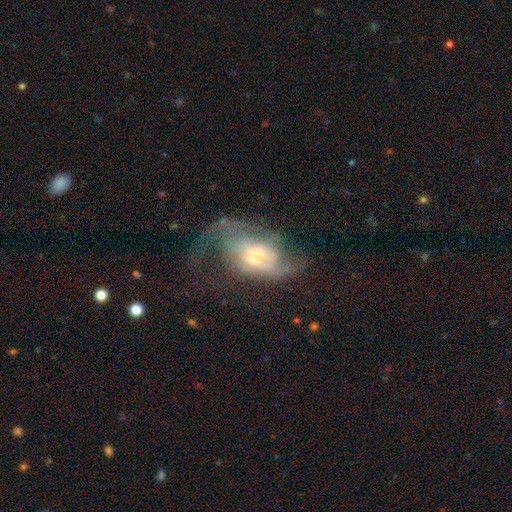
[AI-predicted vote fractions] This is likely a featured or disk galaxy (72%). It is clearly not viewed edge-on (95%). Bar: possibly no (52%). Spiral arm pattern: likely yes (79%). Spiral arm count: possibly 2 (46%). Spiral winding: marginally loose (44%). Central bulge: possibly moderate (51%). Merging: possibly major disturbance (46%).